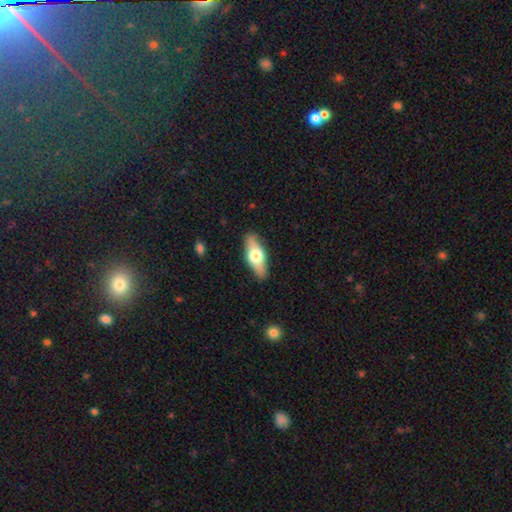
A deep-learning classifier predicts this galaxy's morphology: Overall: smooth (54%; featured or disk 41%). How rounded: in between (67%; cigar-shaped 30%). Merging: none (88%).